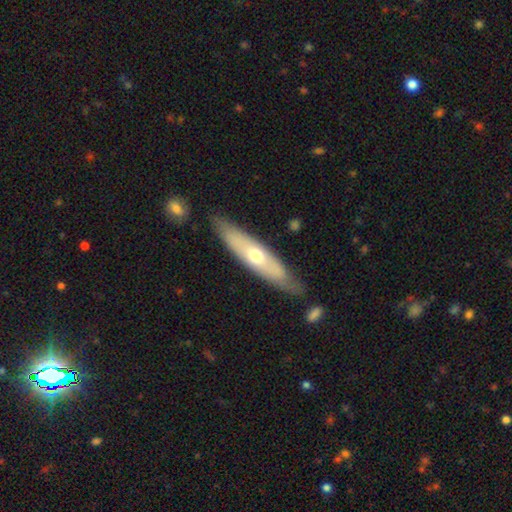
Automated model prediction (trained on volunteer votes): Overall: featured or disk (52%; smooth 43%). Edge-on disk: yes (63%; no 37%). Merging: none (81%).